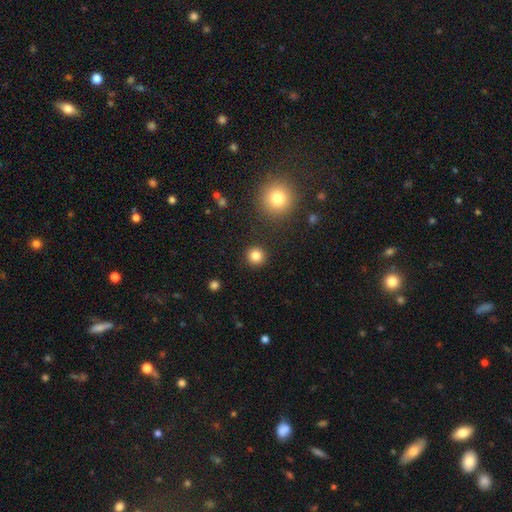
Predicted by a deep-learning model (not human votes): Morphology: type=smooth (82%); roundness=round (94%); merging=none (91%).